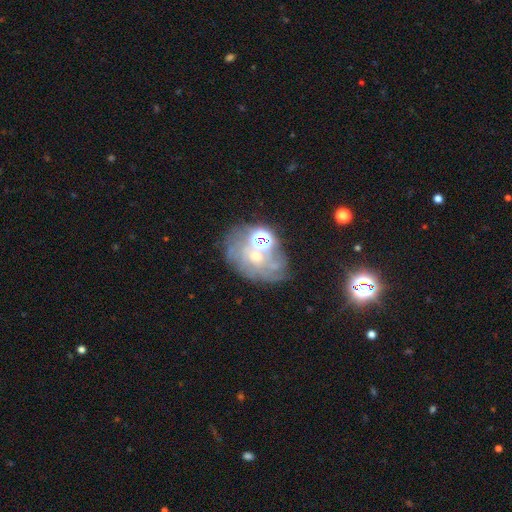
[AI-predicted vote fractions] This appears to be a featured or disk galaxy (54%) with no bar (78%), spiral arms (60%) and a small central bulge (45%). Merging: none (49%).